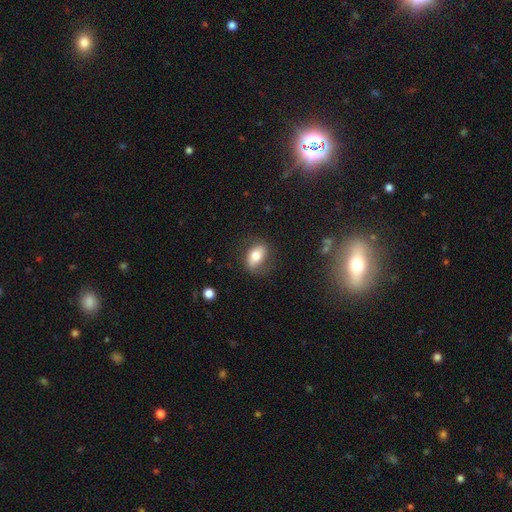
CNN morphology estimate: Smooth or featured: smooth — 68% (featured or disk — 24%)
How rounded: in between — 83% (round — 15%)
Merging: none — 72% (minor disturbance — 18%)